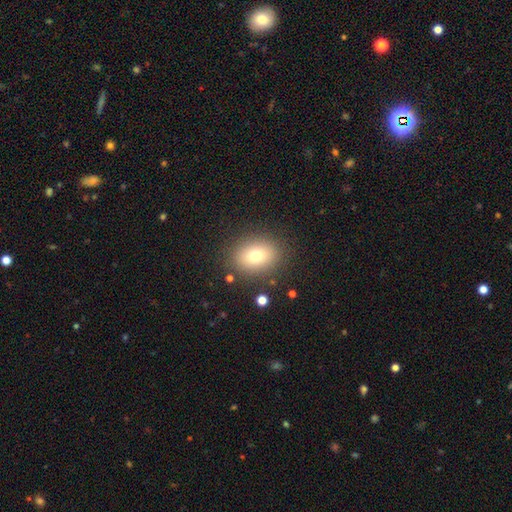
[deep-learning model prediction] Overall: smooth (75%). How rounded: in between (61%; round 38%). Merging: none (86%).